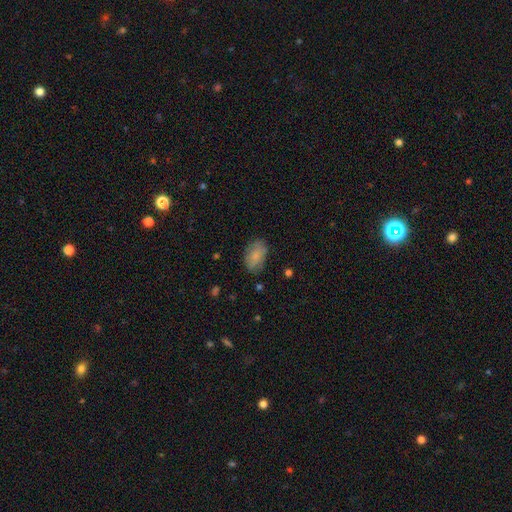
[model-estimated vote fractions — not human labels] smooth 79%, featured or disk 13%, star or artifact 7%. Down the decision tree: how rounded — in between (89%); merging — none (74%).